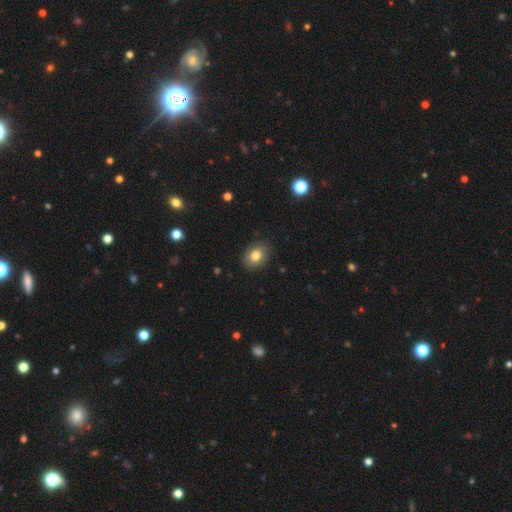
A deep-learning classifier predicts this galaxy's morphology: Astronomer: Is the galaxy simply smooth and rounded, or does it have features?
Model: smooth — 81%.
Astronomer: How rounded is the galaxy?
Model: in between — 57% (runner-up: round, 42%).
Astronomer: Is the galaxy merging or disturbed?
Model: none — 85%.